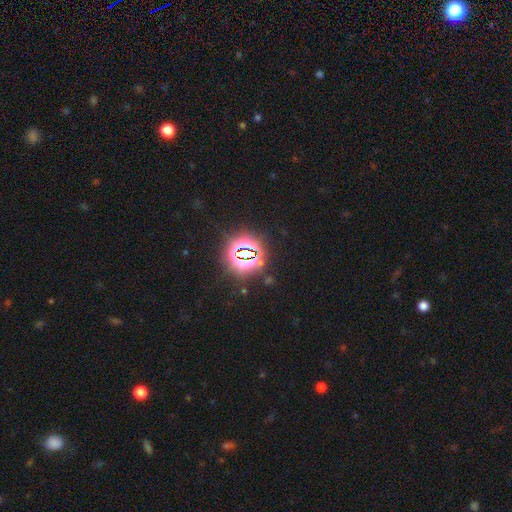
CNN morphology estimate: The model was most divided on "smooth or featured": star or artifact: 78%, smooth: 14%, featured or disk: 8%.